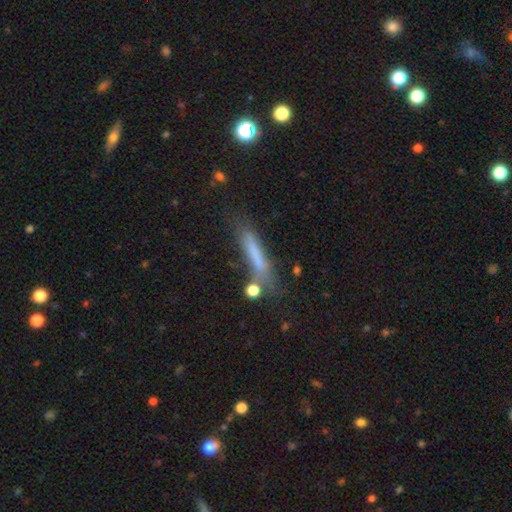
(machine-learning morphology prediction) Overall: smooth (65%). How rounded: cigar-shaped (89%). Merging: none (65%).